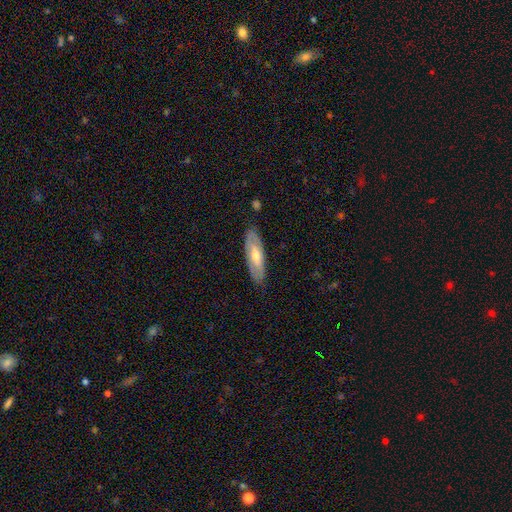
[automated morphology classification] Smooth or featured?
  - featured or disk: 51% *
  - smooth: 44%
  - star or artifact: 6%
Edge-on disk?
  - no: 68% *
  - yes: 32%
Merging?
  - none: 82% *
  - minor disturbance: 14%
  - major disturbance: 3%
  - merger: 1%